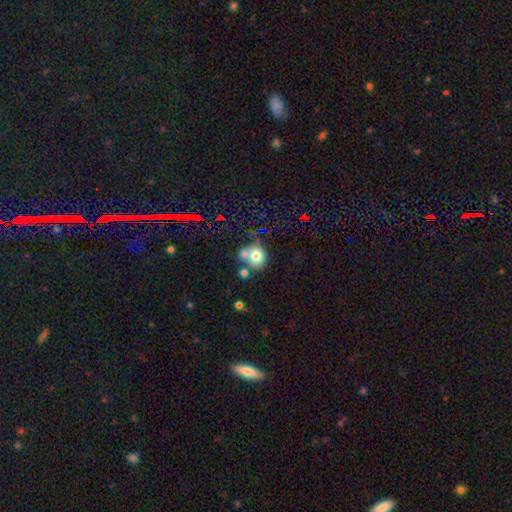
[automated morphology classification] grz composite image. It shows a smooth galaxy with no disk features (73%) that is round (73%). Merging: none (44%).